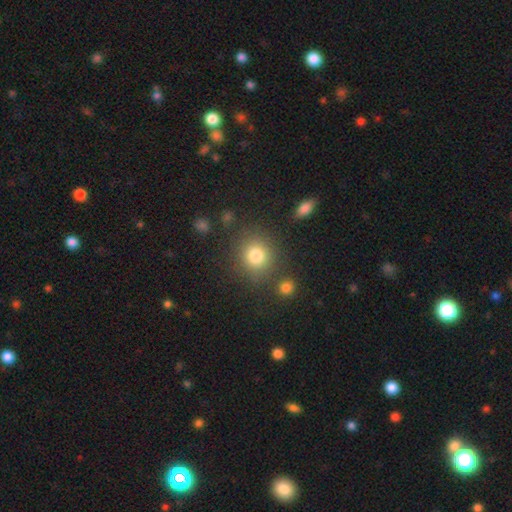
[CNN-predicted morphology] The model was most divided on "how rounded": round: 83%, in between: 16%, cigar-shaped: 1%. More confident: smooth or featured — smooth (80%); merging — none (79%).